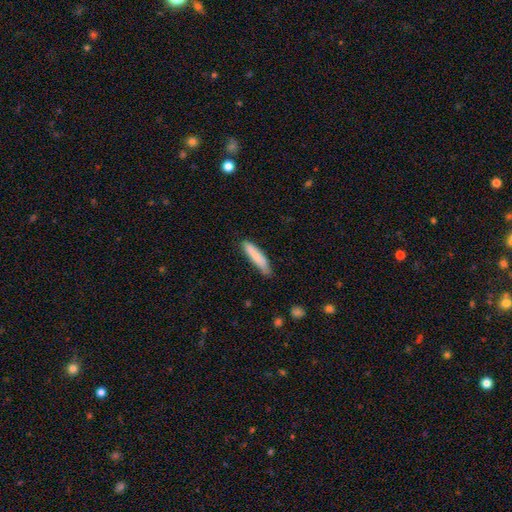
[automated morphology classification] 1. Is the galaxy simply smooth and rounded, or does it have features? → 83% smooth, 11% featured or disk, 6% star or artifact.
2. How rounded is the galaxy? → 84% cigar-shaped, 15% in between, 1% round.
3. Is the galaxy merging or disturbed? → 74% none, 21% minor disturbance, 3% major disturbance, 2% merger.